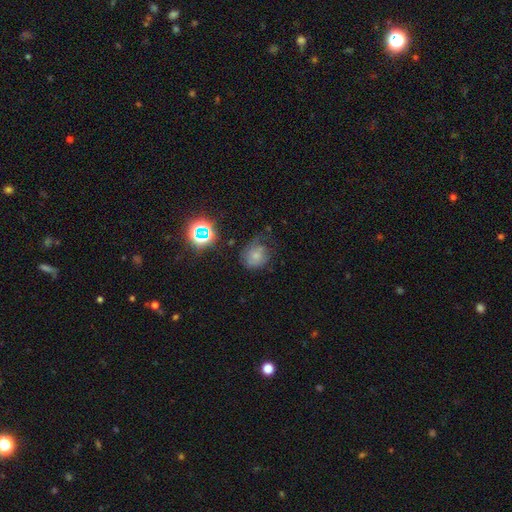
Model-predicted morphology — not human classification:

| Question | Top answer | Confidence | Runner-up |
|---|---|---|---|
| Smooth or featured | smooth | 62% | star or artifact (19%) |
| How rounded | round | 72% | in between (27%) |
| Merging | none | 44% | minor disturbance (32%) |